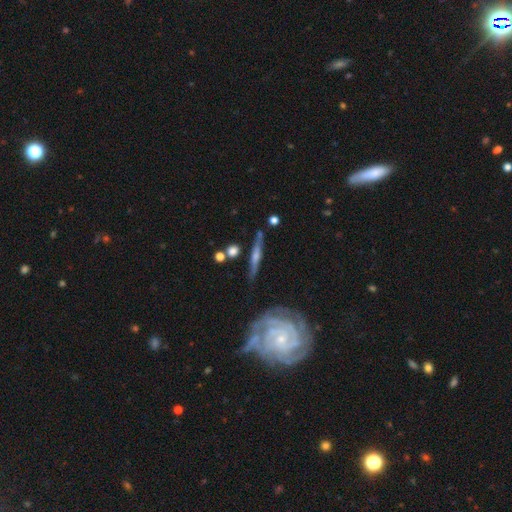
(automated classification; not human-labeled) Smooth or featured?
  - featured or disk: 77% *
  - smooth: 16%
  - star or artifact: 6%
Edge-on disk?
  - yes: 81% *
  - no: 19%
Edge-on bulge?
  - rounded: 74% *
  - none: 17%
  - boxy: 9%
Merging?
  - none: 79% *
  - minor disturbance: 13%
  - merger: 4%
  - major disturbance: 4%